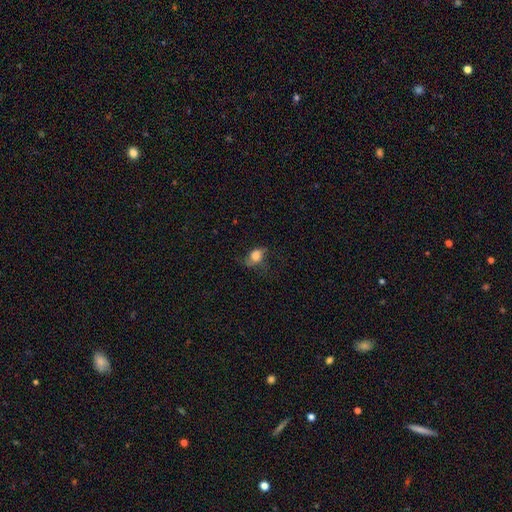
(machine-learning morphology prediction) The model was most divided on "merging": none: 47%, minor disturbance: 26%, major disturbance: 25%, merger: 2%. More confident: smooth or featured — smooth (67%); how rounded — in between (64%).